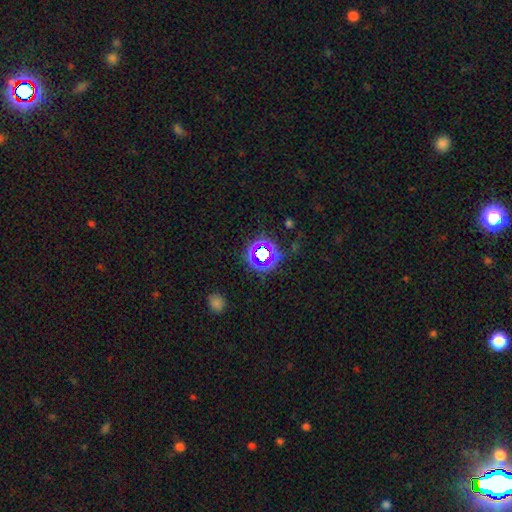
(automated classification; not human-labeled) star or artifact 70%, smooth 20%, featured or disk 10%.